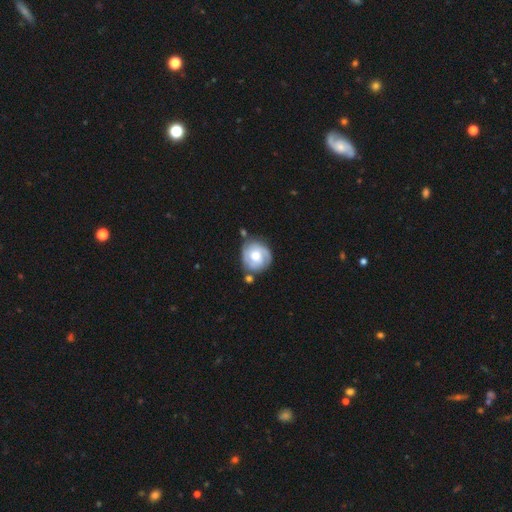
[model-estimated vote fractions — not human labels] A featured or disk galaxy (64%) with no bar (70%), 2 (42%) tight (59%) spiral arms (86%) and a moderate central bulge (73%). Merging: none (65%).